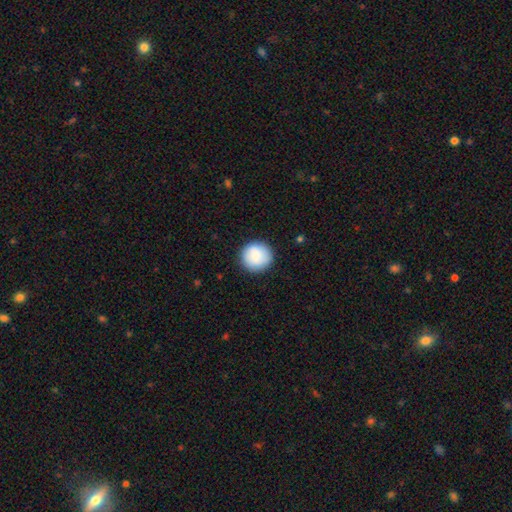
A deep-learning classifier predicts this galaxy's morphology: The model was most divided on "smooth or featured": smooth: 88%, star or artifact: 6%, featured or disk: 6%. More confident: how rounded — round (95%); merging — none (90%).